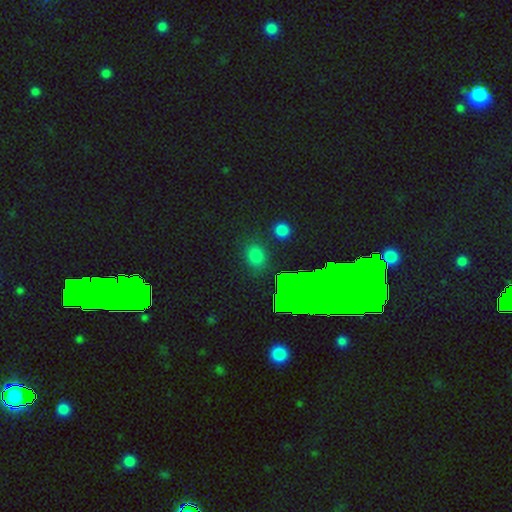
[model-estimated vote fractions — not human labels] Q: Smooth or featured?
A: smooth (61%); runner-up: star or artifact (28%)
Q: How rounded?
A: round (78%); runner-up: in between (19%)
Q: Merging?
A: none (87%); runner-up: minor disturbance (7%)